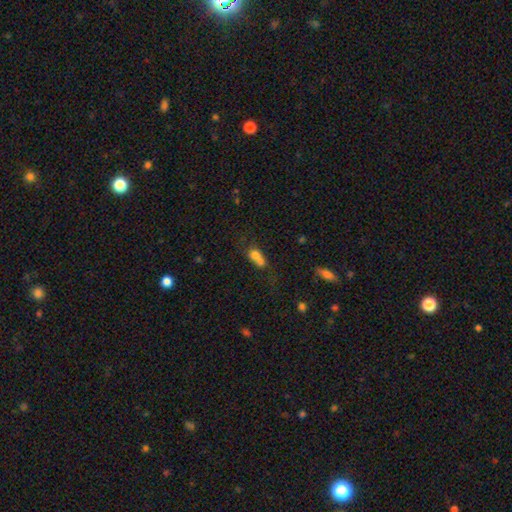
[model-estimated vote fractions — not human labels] This is likely a smooth galaxy (70%). How rounded: possibly round (52%). Merging: likely merger (64%).